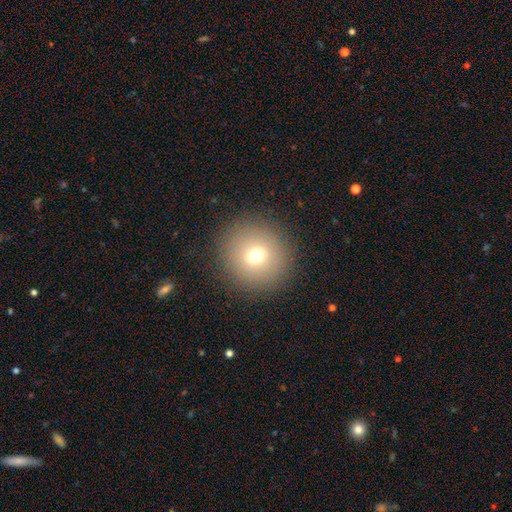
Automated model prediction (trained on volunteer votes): Q: Smooth or featured?
A: smooth (71%); runner-up: star or artifact (16%)
Q: How rounded?
A: round (94%); runner-up: in between (5%)
Q: Merging?
A: none (92%); runner-up: minor disturbance (5%)